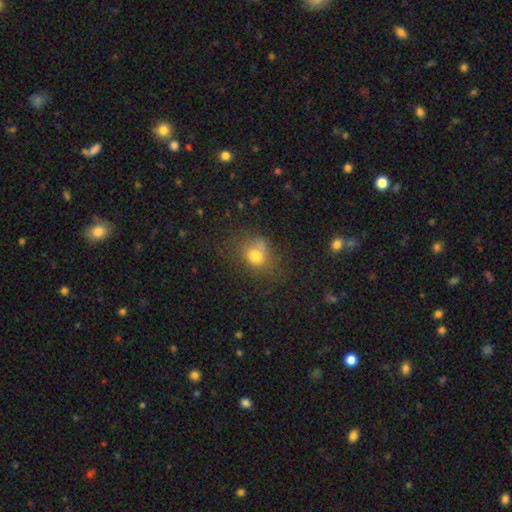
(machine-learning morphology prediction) A smooth galaxy with no disk features (74%) that is round (60%).

Vote fractions:
- Smooth or featured? smooth: 74% / star or artifact: 14% / featured or disk: 12%
- How rounded? round: 60% / in between: 39% / cigar-shaped: 1%
- Merging? none: 52% / minor disturbance: 23% / major disturbance: 13% / merger: 12%